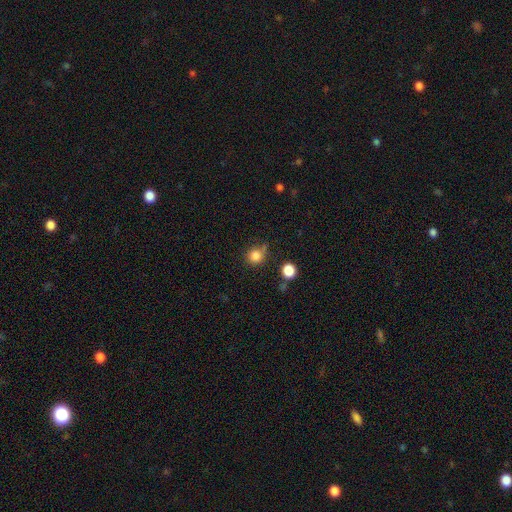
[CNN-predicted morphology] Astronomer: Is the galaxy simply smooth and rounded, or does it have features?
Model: smooth — 83%.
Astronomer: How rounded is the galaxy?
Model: round — 88%.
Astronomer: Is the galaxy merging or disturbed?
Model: none — 68%.